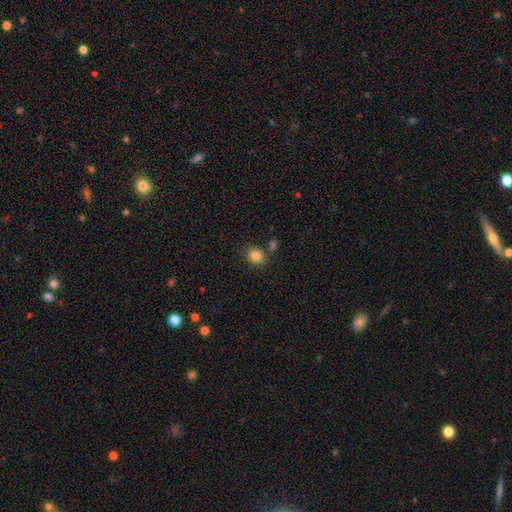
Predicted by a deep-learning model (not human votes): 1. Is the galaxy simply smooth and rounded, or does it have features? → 85% smooth, 10% star or artifact, 5% featured or disk.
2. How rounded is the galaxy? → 60% round, 39% in between, 1% cigar-shaped.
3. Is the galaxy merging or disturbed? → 75% none, 11% minor disturbance, 10% merger, 4% major disturbance.